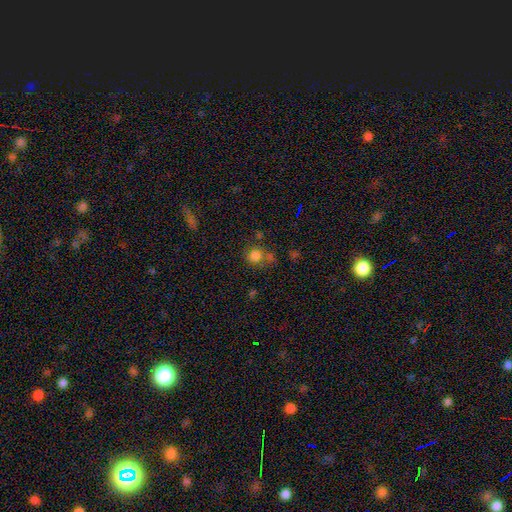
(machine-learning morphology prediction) smooth-or-featured: smooth: 79% | star or artifact: 14% | featured or disk: 7%
  how-rounded: round: 86% | in between: 13% | cigar-shaped: 1%
  merging: none: 62% | merger: 18% | minor disturbance: 14% | major disturbance: 7%